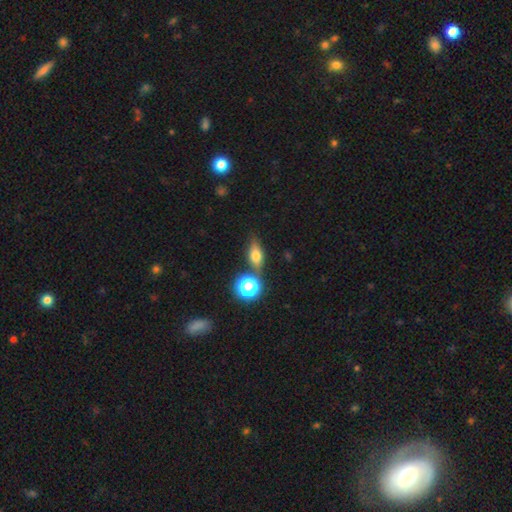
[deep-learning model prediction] Q: Smooth or featured?
A: smooth (58%); runner-up: featured or disk (26%)
Q: How rounded?
A: in between (61%); runner-up: round (23%)
Q: Merging?
A: none (70%); runner-up: minor disturbance (13%)